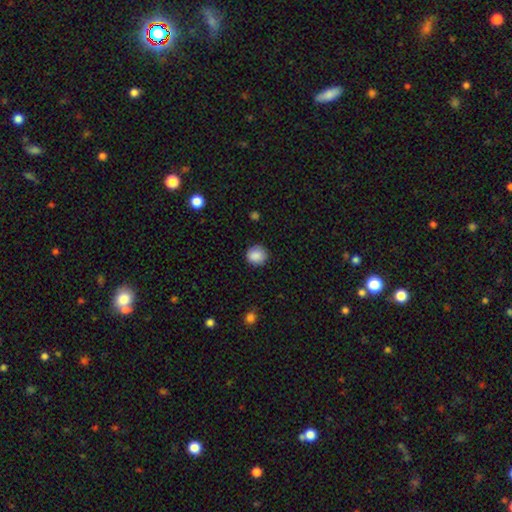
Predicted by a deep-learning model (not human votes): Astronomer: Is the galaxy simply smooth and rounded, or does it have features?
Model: smooth — 88%.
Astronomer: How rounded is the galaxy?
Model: round — 89%.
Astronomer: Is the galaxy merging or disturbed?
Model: none — 87%.